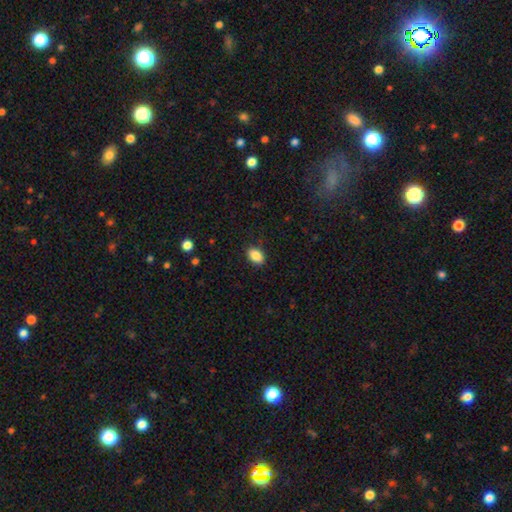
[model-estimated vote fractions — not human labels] Smooth or featured?
  - smooth: 87% *
  - star or artifact: 8%
  - featured or disk: 5%
How rounded?
  - in between: 86% *
  - round: 12%
  - cigar-shaped: 1%
Merging?
  - none: 86% *
  - minor disturbance: 10%
  - major disturbance: 2%
  - merger: 1%